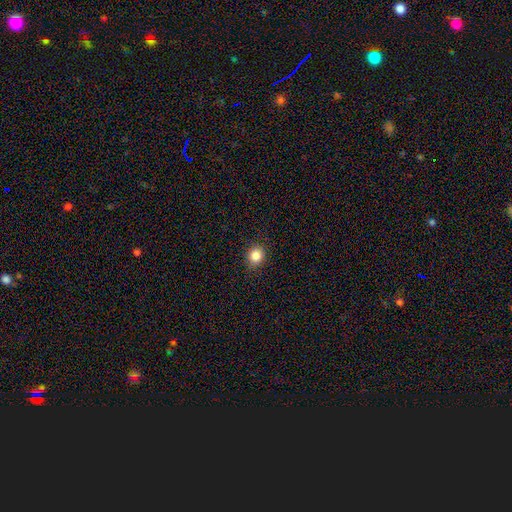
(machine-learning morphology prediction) Smooth or featured? Predicted: smooth (p=0.85). How rounded? Predicted: round (p=0.81). Merging? Predicted: none (p=0.89).